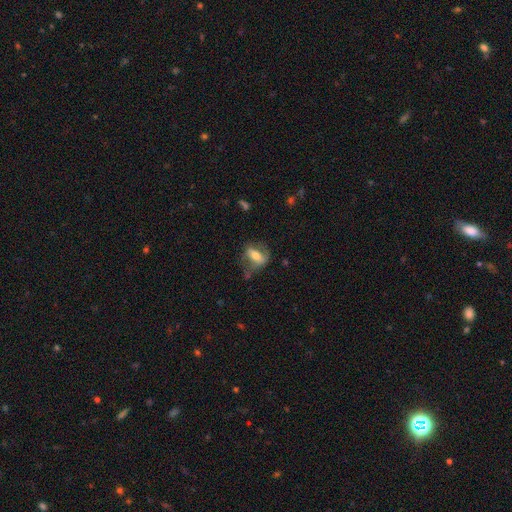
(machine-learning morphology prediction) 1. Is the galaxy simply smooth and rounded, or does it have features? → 47% featured or disk, 45% smooth, 8% star or artifact.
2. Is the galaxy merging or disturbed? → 48% none, 26% minor disturbance, 22% major disturbance, 4% merger.